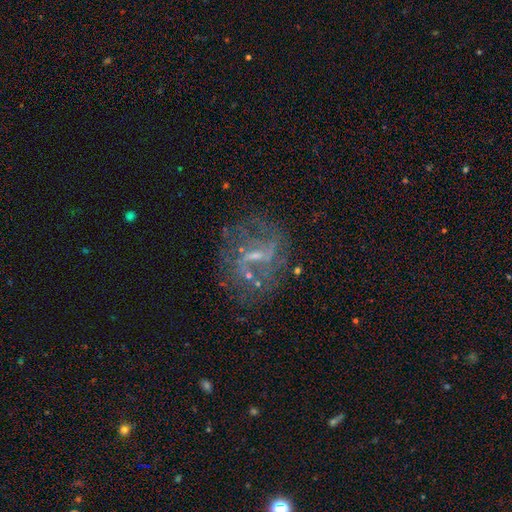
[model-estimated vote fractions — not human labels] smooth-or-featured: featured or disk: 74% | star or artifact: 13% | smooth: 13%
  disk-edge-on: no: 96% | yes: 4%
    bar: weak: 50% | strong: 27% | no: 22%
    has-spiral-arms: yes: 70% | no: 30%
    bulge-size: small: 58% | moderate: 22% | none: 18% | large: 2% | dominant: 1%
  merging: none: 64% | minor disturbance: 16% | major disturbance: 15% | merger: 5%